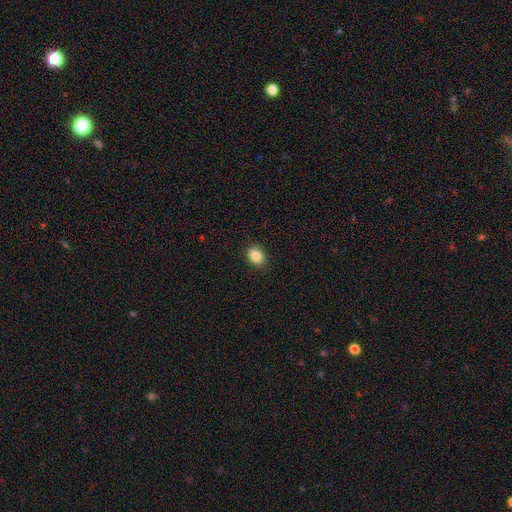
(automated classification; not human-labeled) Morphology: type=smooth (86%); roundness=in between (55%); merging=none (89%).